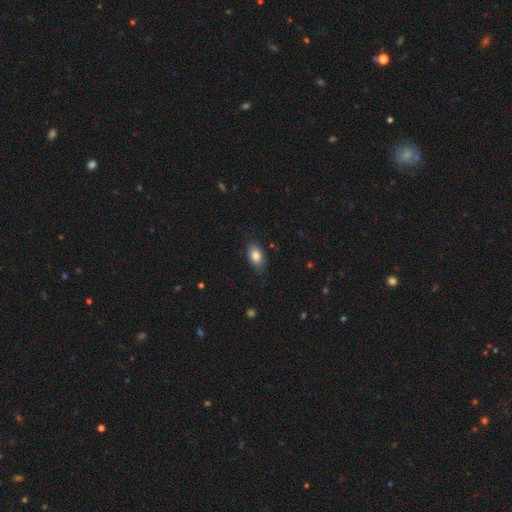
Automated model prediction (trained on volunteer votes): Q: Smooth or featured?
A: smooth (83%); runner-up: featured or disk (9%)
Q: How rounded?
A: in between (89%); runner-up: round (7%)
Q: Merging?
A: none (79%); runner-up: minor disturbance (17%)